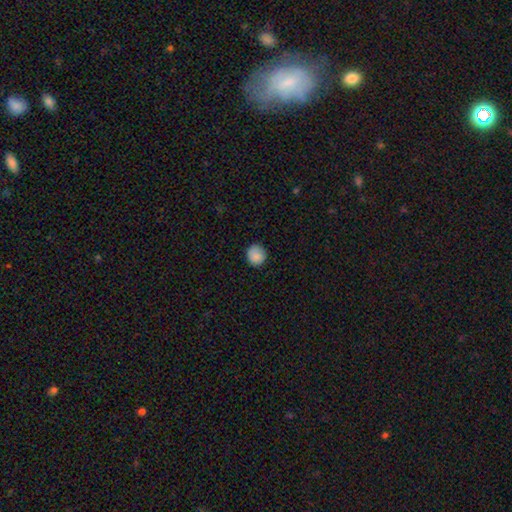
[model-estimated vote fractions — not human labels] A smooth galaxy with no disk features (88%) that is round (88%).

Vote fractions:
- Smooth or featured? smooth: 88% / star or artifact: 8% / featured or disk: 4%
- How rounded? round: 88% / in between: 11% / cigar-shaped: 1%
- Merging? none: 86% / minor disturbance: 11% / major disturbance: 2% / merger: 1%